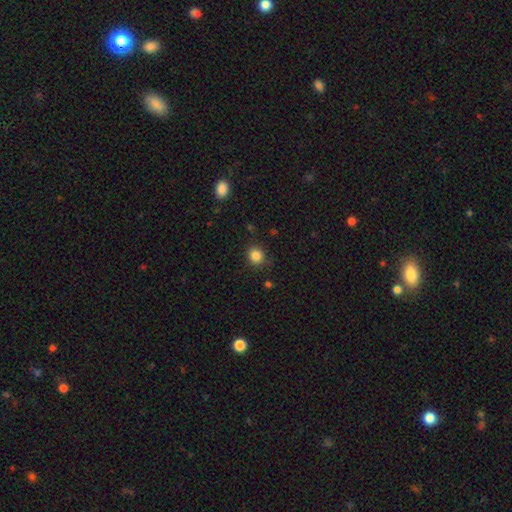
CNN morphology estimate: A smooth galaxy with no disk features (85%) that is round (86%).

Vote fractions:
- Smooth or featured? smooth: 85% / star or artifact: 11% / featured or disk: 4%
- How rounded? round: 86% / in between: 13% / cigar-shaped: 1%
- Merging? none: 85% / minor disturbance: 10% / major disturbance: 3% / merger: 2%